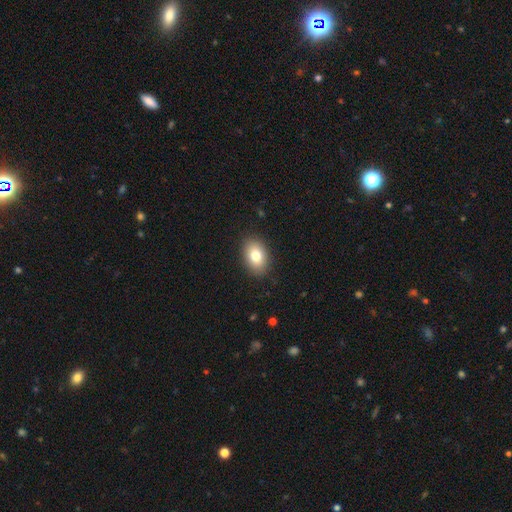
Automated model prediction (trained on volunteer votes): Smooth or featured? smooth (79%)
How rounded? in between (83%)
Merging? none (88%)